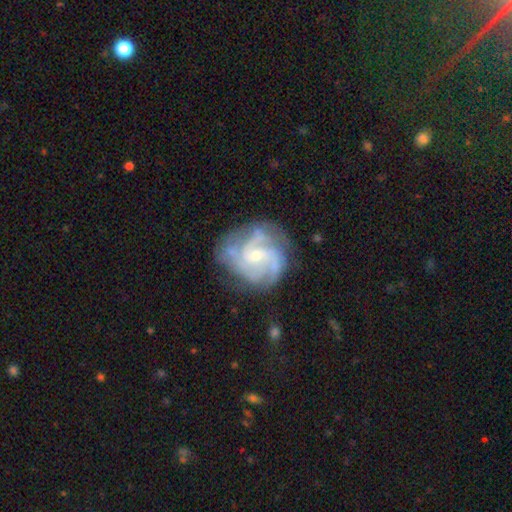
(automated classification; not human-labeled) This appears to be a featured or disk galaxy (87%) with no bar (51%), 3 (40%) tight (45%, tied with medium) spiral arms (97%) and a small central bulge (59%). Merging: none (68%).